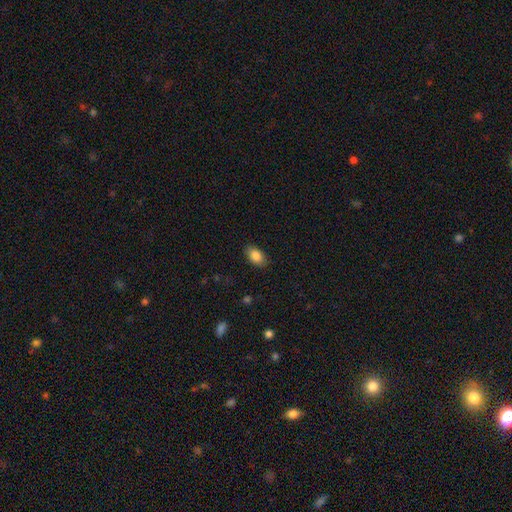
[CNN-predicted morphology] Smooth or featured? Predicted: smooth (p=0.85). How rounded? Predicted: in between (p=0.90). Merging? Predicted: none (p=0.86).